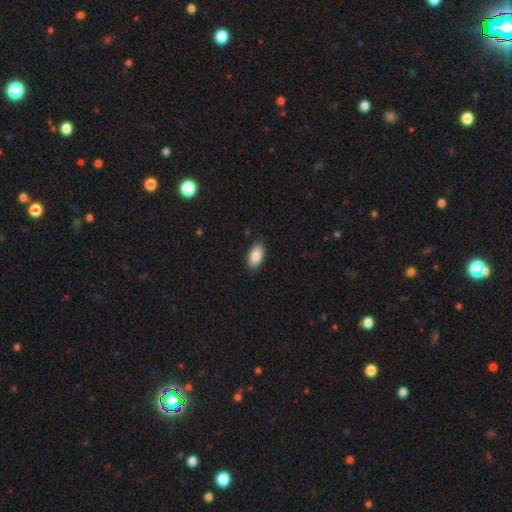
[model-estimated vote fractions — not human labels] Smooth or featured?
  - smooth: 87% *
  - star or artifact: 6%
  - featured or disk: 6%
How rounded?
  - in between: 94% *
  - round: 3%
  - cigar-shaped: 3%
Merging?
  - none: 87% *
  - minor disturbance: 10%
  - major disturbance: 2%
  - merger: 1%